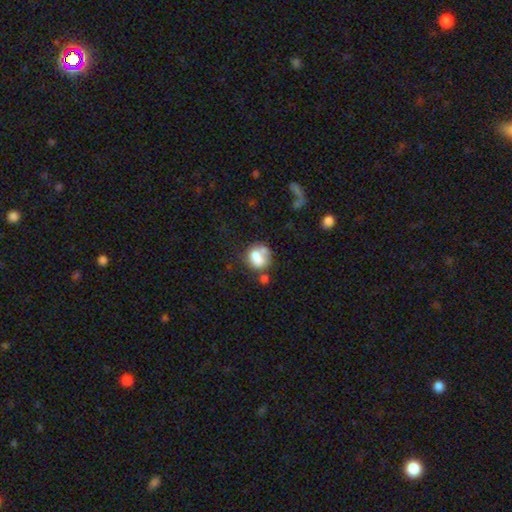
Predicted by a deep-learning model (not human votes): smooth 66%, featured or disk 24%, star or artifact 10%. Down the decision tree: how rounded — round (64%); merging — merger (37%).